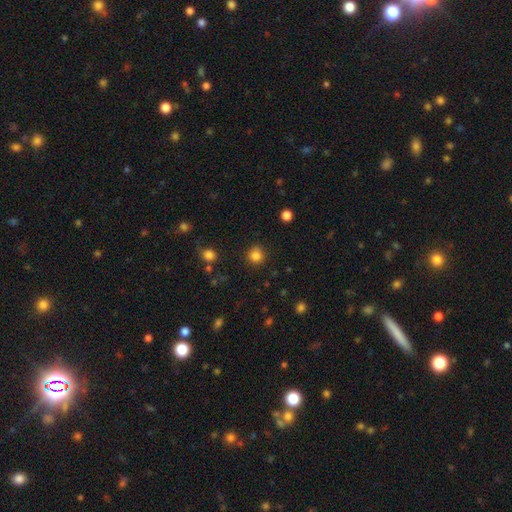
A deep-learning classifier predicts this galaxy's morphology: The model was most divided on "smooth or featured": smooth: 84%, star or artifact: 12%, featured or disk: 4%. More confident: how rounded — round (93%); merging — none (90%).